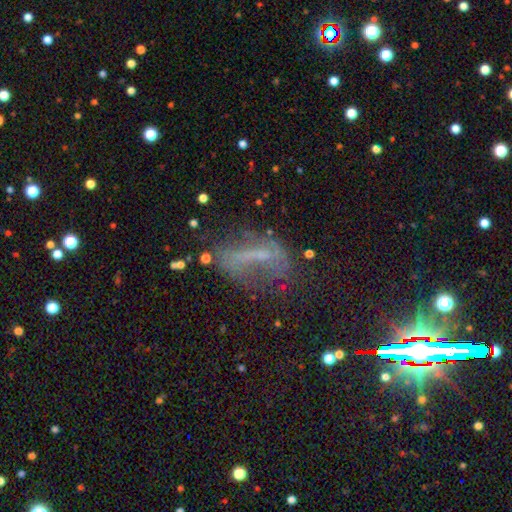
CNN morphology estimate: Smooth or featured: featured or disk — 39% (star or artifact — 35%)
Merging: none — 43% (major disturbance — 29%)